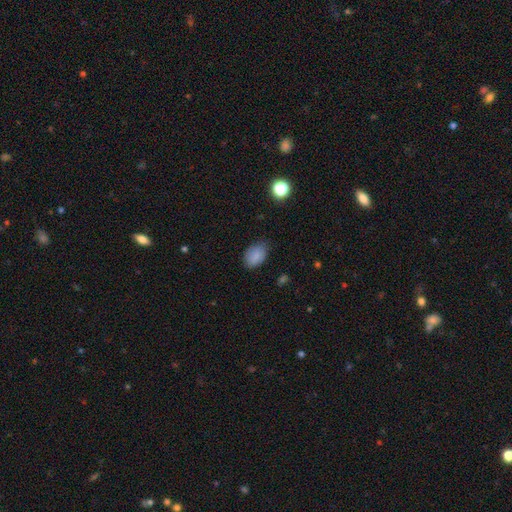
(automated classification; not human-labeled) A smooth galaxy with no disk features (86%) that is in between round and cigar-shaped (87%).

Vote fractions:
- Smooth or featured? smooth: 86% / star or artifact: 9% / featured or disk: 5%
- How rounded? in between: 87% / round: 12% / cigar-shaped: 1%
- Merging? none: 77% / minor disturbance: 18% / major disturbance: 4% / merger: 1%